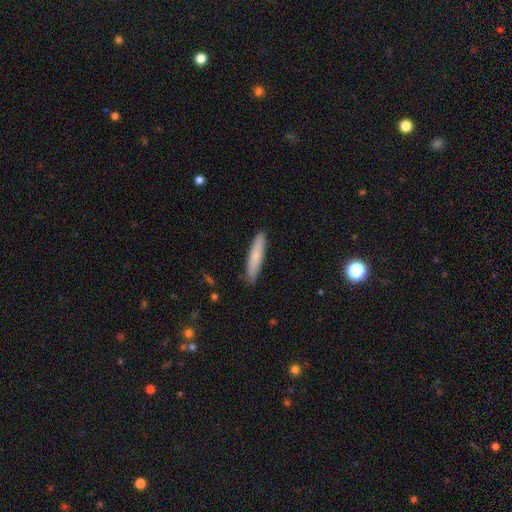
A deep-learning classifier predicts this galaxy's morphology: smooth_or_featured: smooth (p=0.74) [alt: featured or disk p=0.20]
how_rounded: cigar-shaped (p=0.90) [alt: in between p=0.09]
merging: none (p=0.90) [alt: minor disturbance p=0.08]